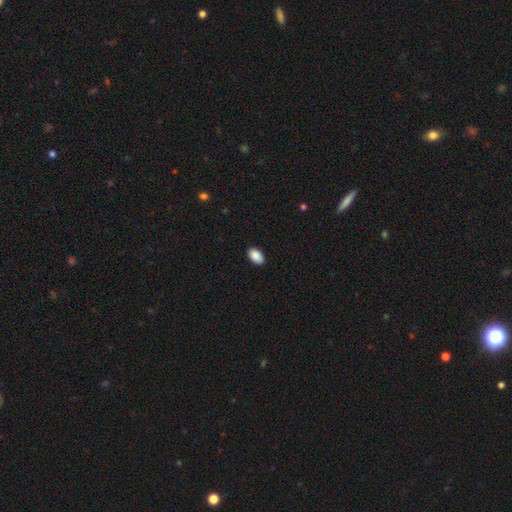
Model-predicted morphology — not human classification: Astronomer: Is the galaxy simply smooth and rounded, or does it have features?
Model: smooth — 89%.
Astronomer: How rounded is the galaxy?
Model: in between — 93%.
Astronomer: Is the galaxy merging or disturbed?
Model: none — 88%.